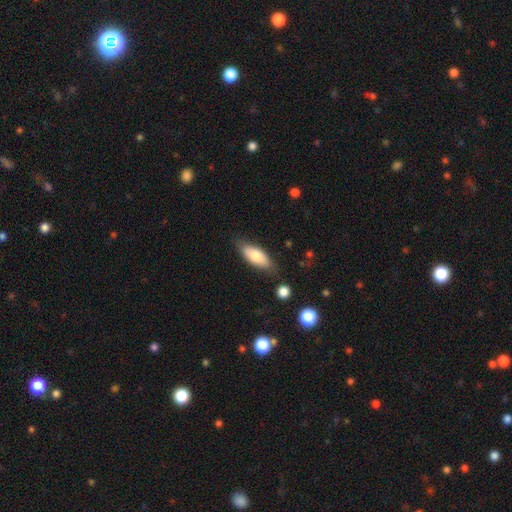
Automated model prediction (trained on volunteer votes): Q: Smooth or featured?
A: smooth (73%); runner-up: featured or disk (21%)
Q: How rounded?
A: in between (78%); runner-up: cigar-shaped (20%)
Q: Merging?
A: none (75%); runner-up: minor disturbance (18%)